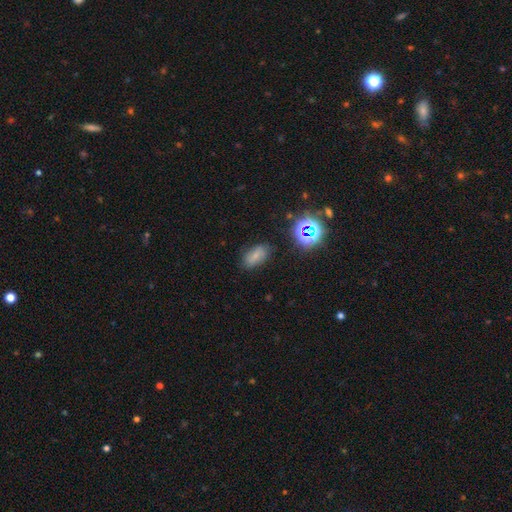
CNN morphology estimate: Smooth or featured: smooth — 67% (star or artifact — 18%)
How rounded: in between — 88% (round — 8%)
Merging: none — 79% (minor disturbance — 15%)